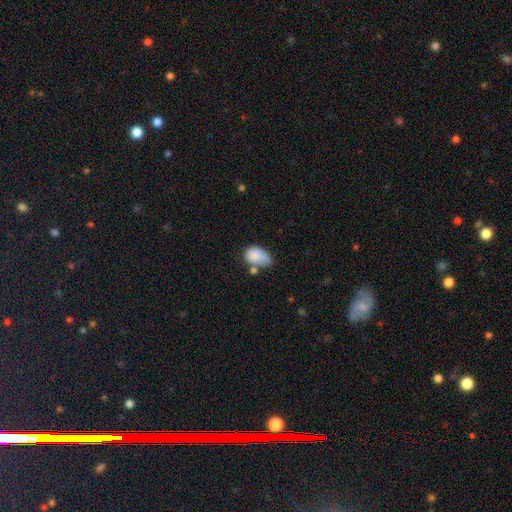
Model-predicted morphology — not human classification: Smooth or featured? smooth (82%)
How rounded? in between (85%)
Merging? none (34%)